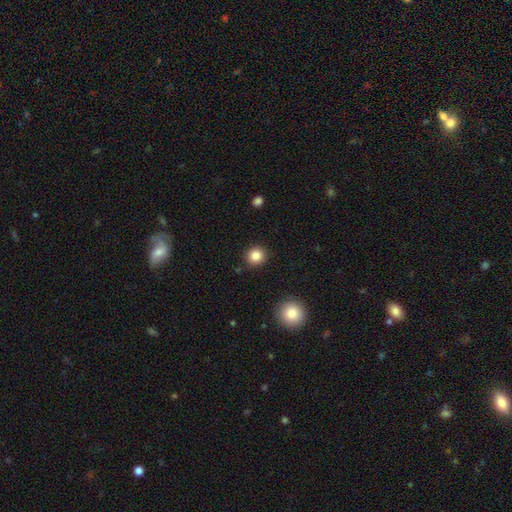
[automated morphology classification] smooth 85%, star or artifact 10%, featured or disk 5%. Down the decision tree: how rounded — round (91%); merging — none (90%).